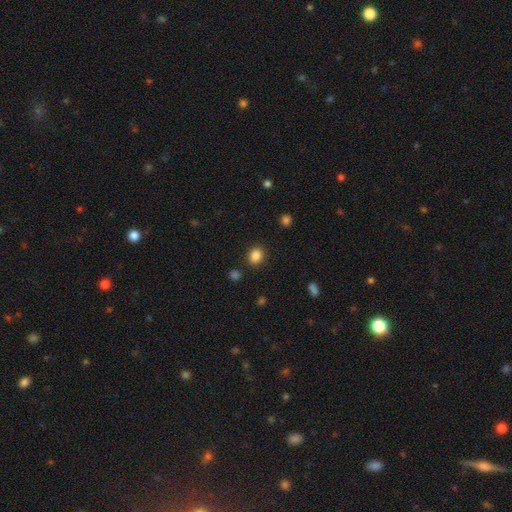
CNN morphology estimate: smooth 85%, star or artifact 11%, featured or disk 4%. Down the decision tree: how rounded — round (68%); merging — none (87%).